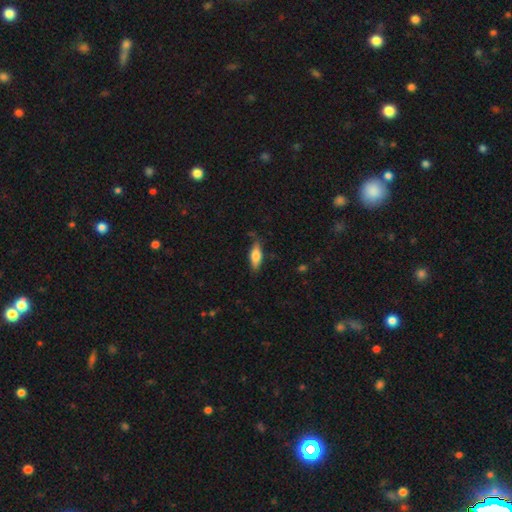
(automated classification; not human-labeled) Smooth or featured? Predicted: smooth (p=0.72). How rounded? Predicted: in between (p=0.69). Merging? Predicted: none (p=0.75).